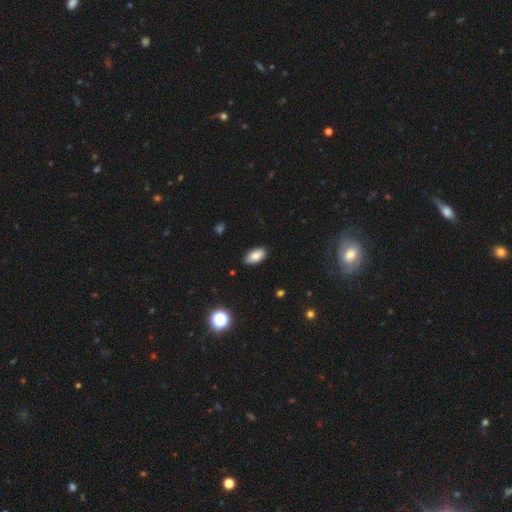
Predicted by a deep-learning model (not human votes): This is clearly a smooth galaxy (85%). How rounded: clearly in between (93%). Merging: clearly none (84%).